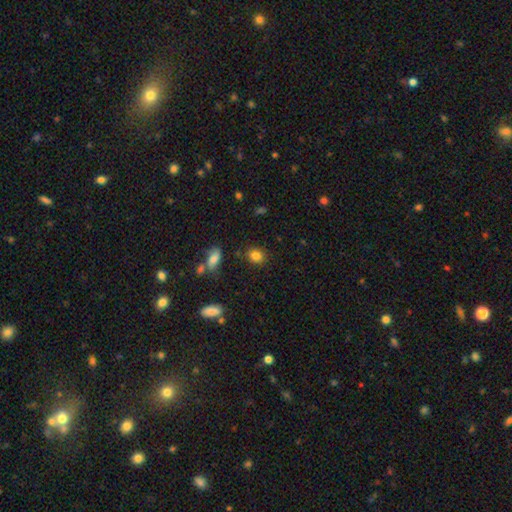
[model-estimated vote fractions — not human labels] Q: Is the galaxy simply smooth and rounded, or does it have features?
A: smooth — 83%.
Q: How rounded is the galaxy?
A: round — 53%.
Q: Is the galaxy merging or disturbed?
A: none — 82%.